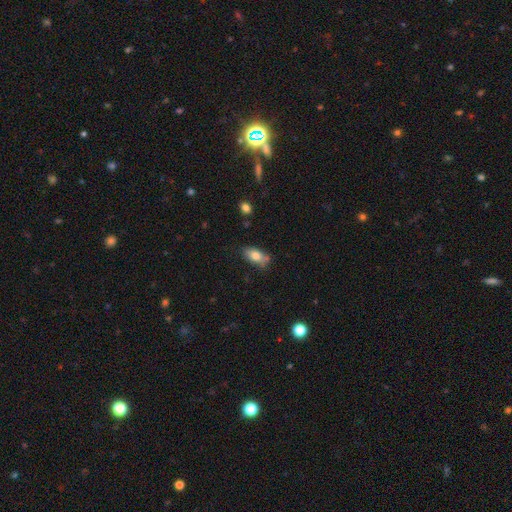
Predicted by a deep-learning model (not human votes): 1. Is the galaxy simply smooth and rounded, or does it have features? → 79% smooth, 14% featured or disk, 8% star or artifact.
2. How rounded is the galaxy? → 89% in between, 5% cigar-shaped, 5% round.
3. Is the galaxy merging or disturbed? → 66% none, 23% minor disturbance, 7% merger, 5% major disturbance.